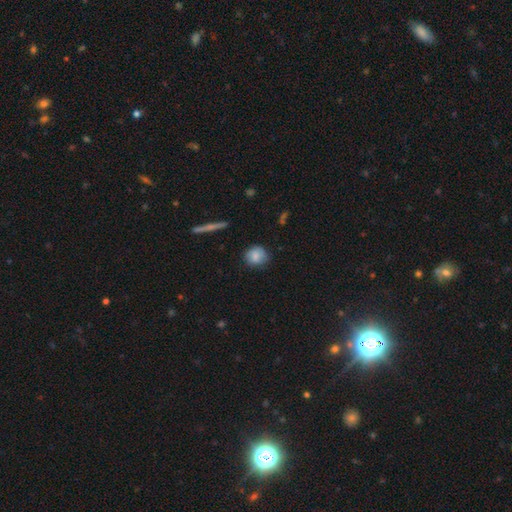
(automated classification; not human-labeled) A smooth galaxy with no disk features (75%) that is round (82%). Merging: none (75%).